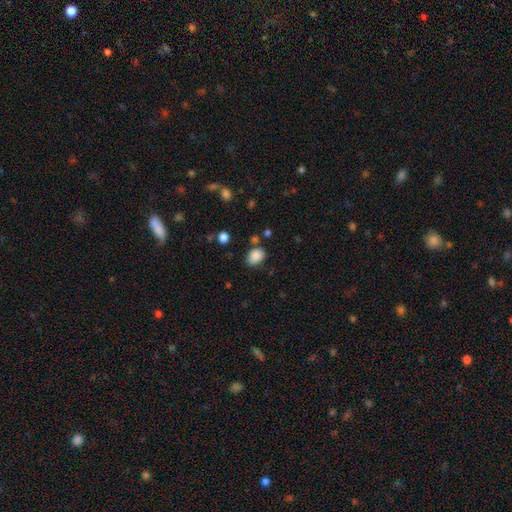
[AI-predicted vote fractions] Overall: smooth (87%). How rounded: in between (71%). Merging: none (72%).